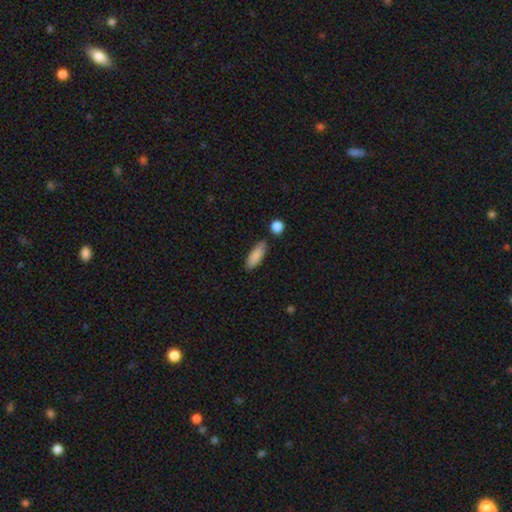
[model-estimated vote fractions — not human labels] This appears to be a smooth galaxy with no disk features (87%) that is in between round and cigar-shaped (62%). Merging: none (80%).